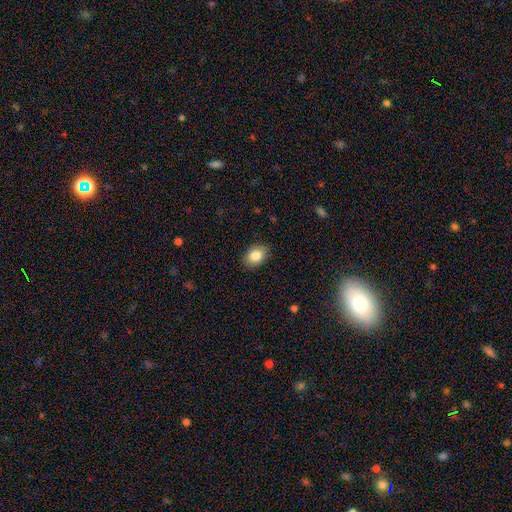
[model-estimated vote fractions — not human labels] Smooth or featured?
  - smooth: 85% *
  - star or artifact: 8%
  - featured or disk: 7%
How rounded?
  - in between: 71% *
  - round: 28%
  - cigar-shaped: 1%
Merging?
  - none: 87% *
  - minor disturbance: 10%
  - major disturbance: 2%
  - merger: 1%